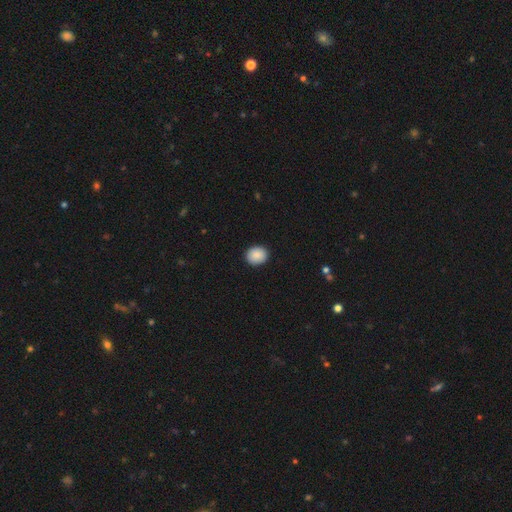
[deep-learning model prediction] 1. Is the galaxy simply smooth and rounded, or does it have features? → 89% smooth, 7% star or artifact, 3% featured or disk.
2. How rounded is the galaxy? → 64% round, 35% in between, 1% cigar-shaped.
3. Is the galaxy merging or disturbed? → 91% none, 7% minor disturbance, 2% major disturbance, 1% merger.